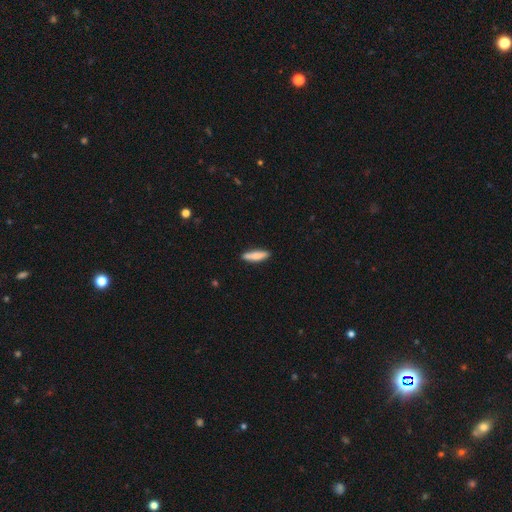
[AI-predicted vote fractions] Smooth or featured: smooth — 76% (featured or disk — 18%)
How rounded: cigar-shaped — 76% (in between — 23%)
Merging: none — 82% (minor disturbance — 13%)